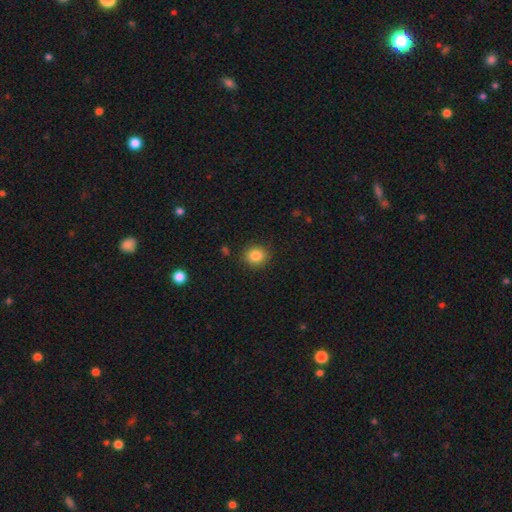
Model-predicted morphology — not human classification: This appears to be a smooth galaxy with no disk features (84%) that is round (85%). Merging: none (90%).